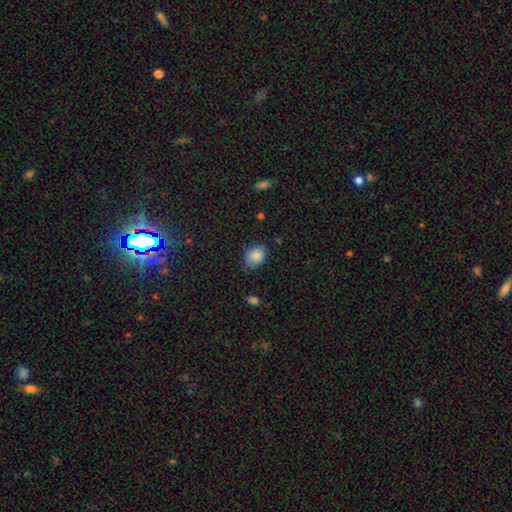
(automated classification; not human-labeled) Q: Smooth or featured?
A: smooth (87%); runner-up: star or artifact (8%)
Q: How rounded?
A: in between (66%); runner-up: round (33%)
Q: Merging?
A: none (72%); runner-up: minor disturbance (22%)